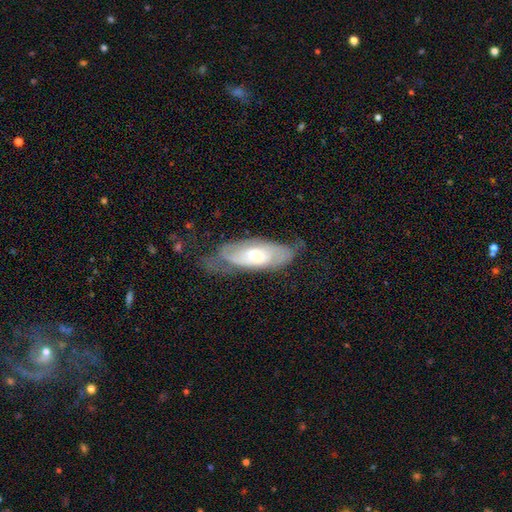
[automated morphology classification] This is likely a featured or disk galaxy (64%). It is clearly not viewed edge-on (85%). Bar: likely no (65%). Spiral arm pattern: likely yes (77%). Central bulge: possibly small (46%, tied with moderate). Merging: possibly none (53%).